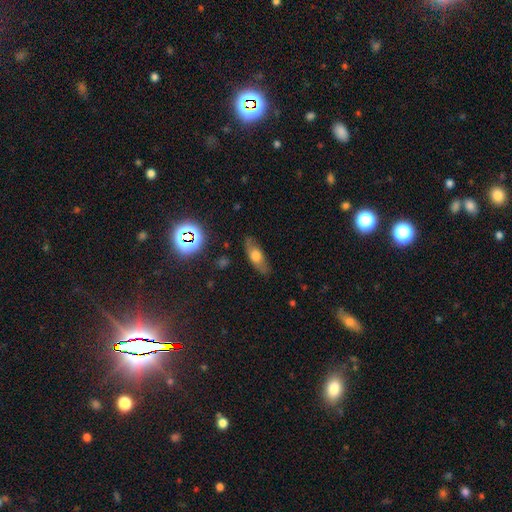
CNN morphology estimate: A smooth galaxy with no disk features (57%) that is in between round and cigar-shaped (66%).

Vote fractions:
- Smooth or featured? smooth: 57% / featured or disk: 33% / star or artifact: 11%
- How rounded? in between: 66% / cigar-shaped: 29% / round: 5%
- Merging? none: 78% / minor disturbance: 16% / major disturbance: 4% / merger: 2%